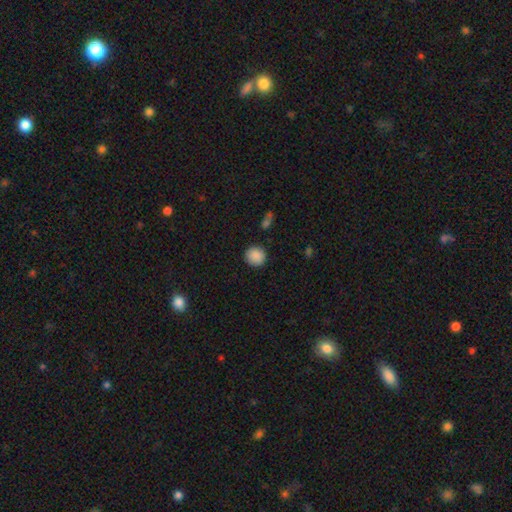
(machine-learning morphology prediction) Q: Smooth or featured?
A: smooth (88%); runner-up: star or artifact (8%)
Q: How rounded?
A: round (90%); runner-up: in between (9%)
Q: Merging?
A: none (89%); runner-up: minor disturbance (8%)